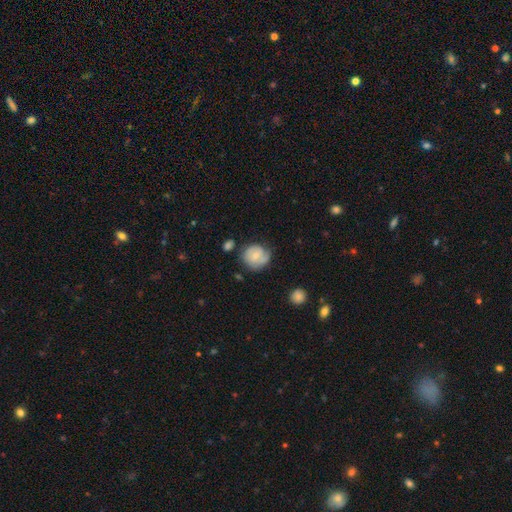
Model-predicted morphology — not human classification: This is possibly a featured or disk galaxy (48%). Merging: possibly none (59%).